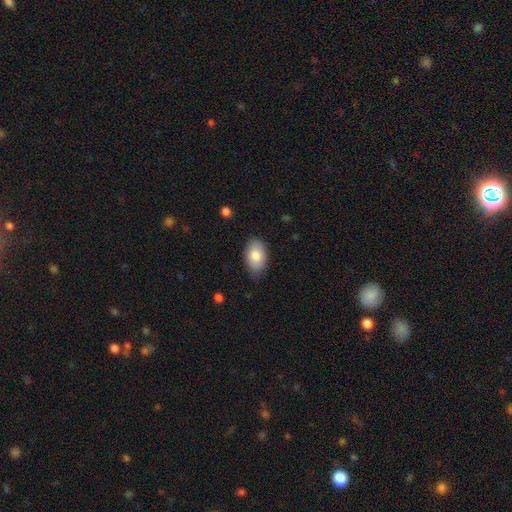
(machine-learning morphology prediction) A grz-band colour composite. It shows a smooth galaxy with no disk features (81%) that is in between round and cigar-shaped (93%). Merging: none (81%).